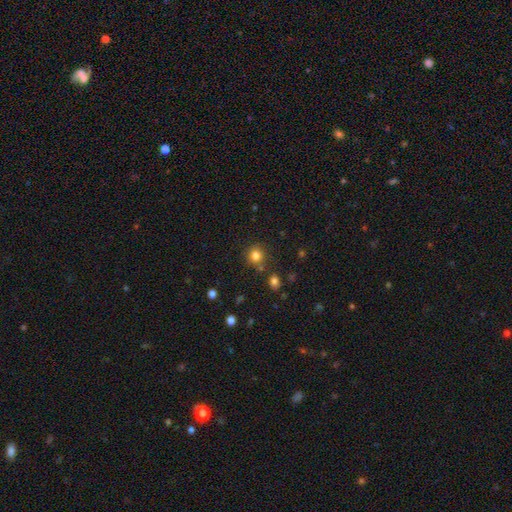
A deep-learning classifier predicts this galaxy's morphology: Smooth or featured?
  - smooth: 81% *
  - star or artifact: 14%
  - featured or disk: 5%
How rounded?
  - round: 89% *
  - in between: 10%
  - cigar-shaped: 1%
Merging?
  - none: 78% *
  - merger: 10%
  - minor disturbance: 9%
  - major disturbance: 3%